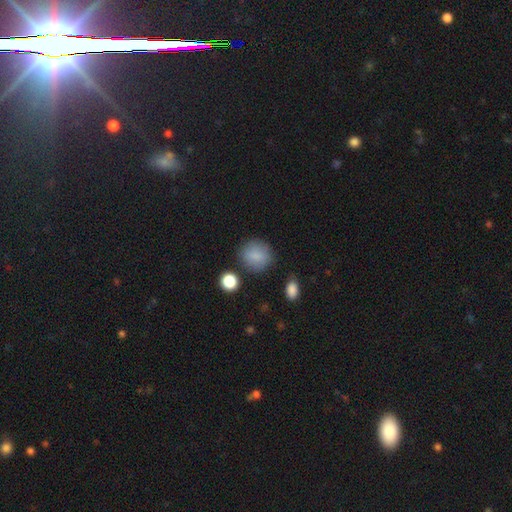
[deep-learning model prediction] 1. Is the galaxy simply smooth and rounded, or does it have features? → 84% smooth, 9% star or artifact, 7% featured or disk.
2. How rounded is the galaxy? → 82% round, 17% in between, 1% cigar-shaped.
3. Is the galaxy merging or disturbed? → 80% none, 13% minor disturbance, 4% major disturbance, 3% merger.